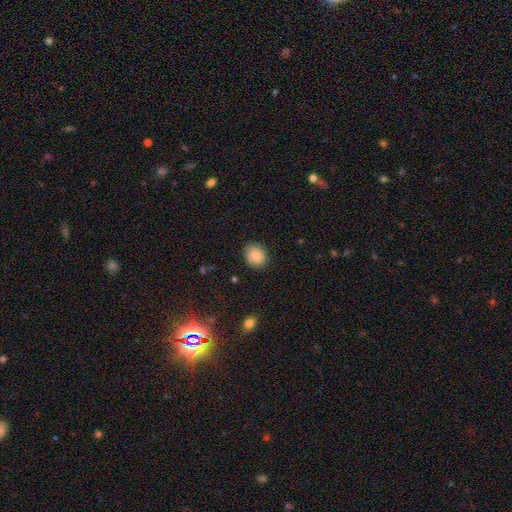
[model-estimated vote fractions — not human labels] A smooth galaxy with no disk features (85%) that is round (52%). Merging: none (86%).